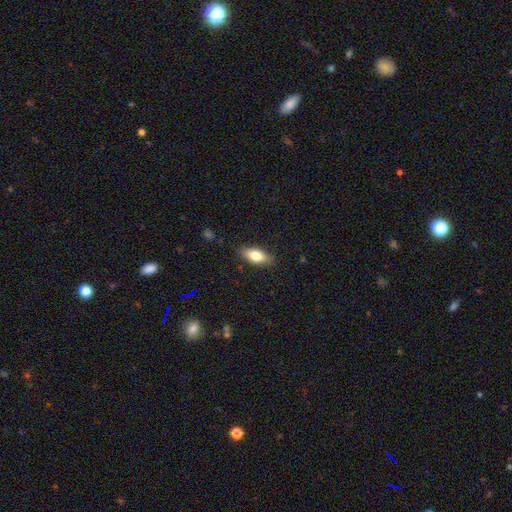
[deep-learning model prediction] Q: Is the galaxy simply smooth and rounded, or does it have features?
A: smooth — 74%.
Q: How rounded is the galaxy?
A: in between — 79%.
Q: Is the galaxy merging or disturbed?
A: none — 85%.